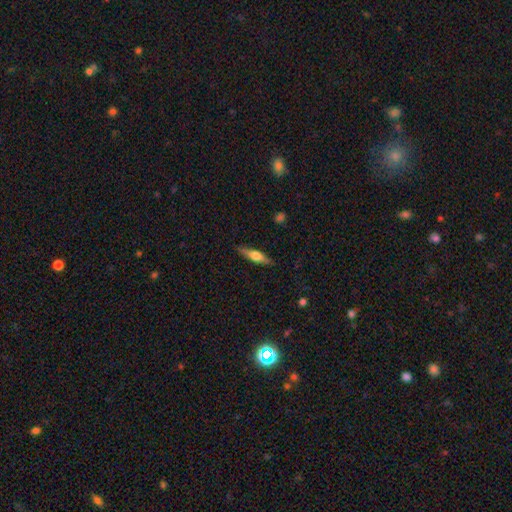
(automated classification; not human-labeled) Overall: featured or disk (47%, tied with smooth). Merging: none (87%).